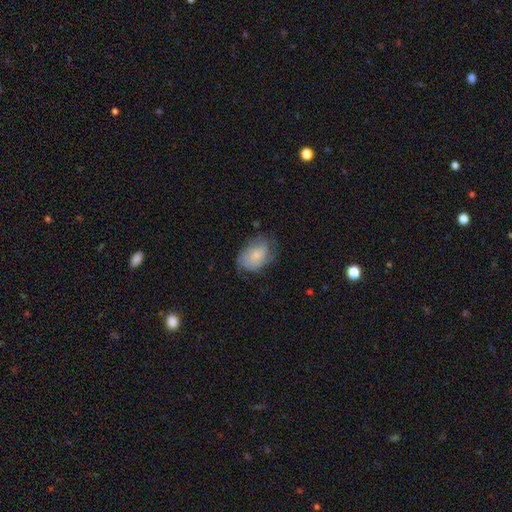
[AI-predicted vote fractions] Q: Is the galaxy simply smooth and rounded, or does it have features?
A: featured or disk — 47%.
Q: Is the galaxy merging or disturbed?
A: none — 55%.